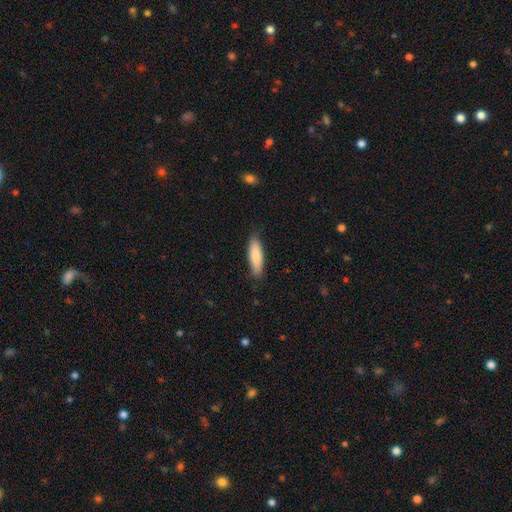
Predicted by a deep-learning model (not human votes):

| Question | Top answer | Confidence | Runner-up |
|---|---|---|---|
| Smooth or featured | smooth | 81% | featured or disk (13%) |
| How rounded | cigar-shaped | 54% | in between (45%) |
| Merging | none | 82% | minor disturbance (14%) |